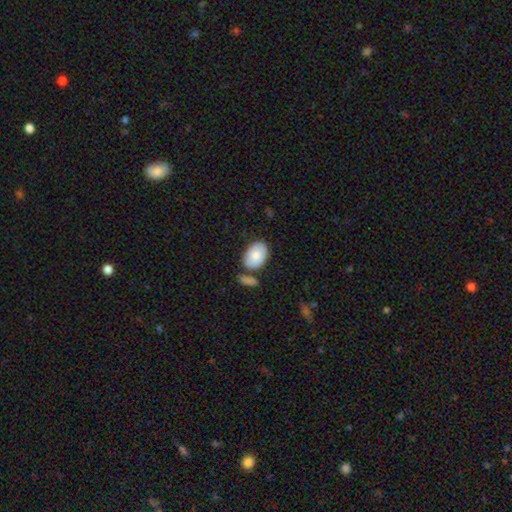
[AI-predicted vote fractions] smooth_or_featured: smooth (p=0.83) [alt: featured or disk p=0.12]
how_rounded: in between (p=0.89) [alt: round p=0.10]
merging: none (p=0.66) [alt: minor disturbance p=0.16]